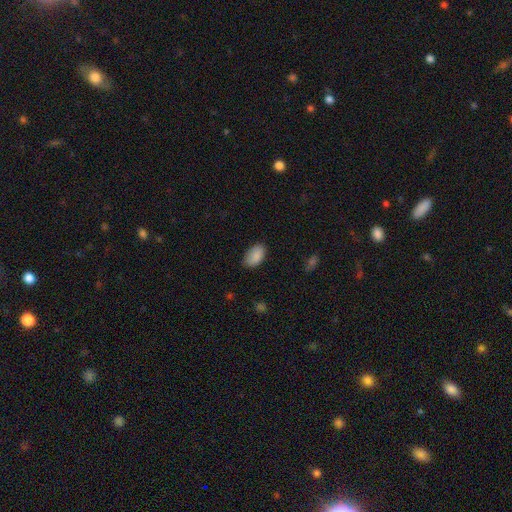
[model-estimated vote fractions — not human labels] A smooth galaxy with no disk features (88%) that is in between round and cigar-shaped (94%).

Vote fractions:
- Smooth or featured? smooth: 88% / star or artifact: 7% / featured or disk: 5%
- How rounded? in between: 94% / round: 4% / cigar-shaped: 2%
- Merging? none: 80% / minor disturbance: 16% / major disturbance: 3% / merger: 1%